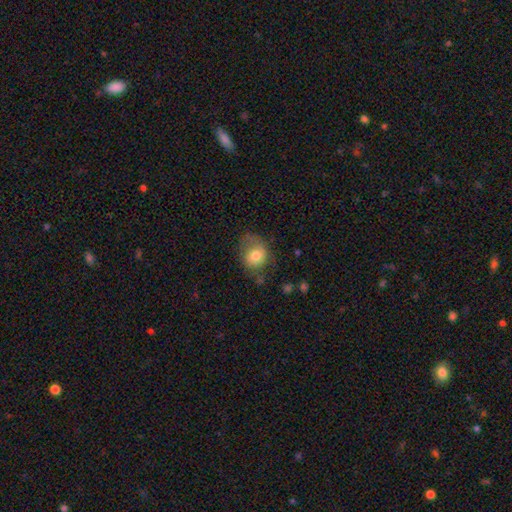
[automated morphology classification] A smooth galaxy with no disk features (71%) that is round (56%).

Vote fractions:
- Smooth or featured? smooth: 71% / featured or disk: 21% / star or artifact: 8%
- How rounded? round: 56% / in between: 43% / cigar-shaped: 1%
- Merging? none: 50% / minor disturbance: 30% / major disturbance: 18% / merger: 2%